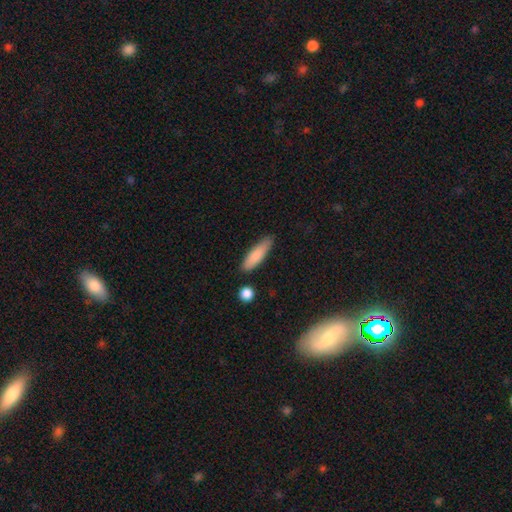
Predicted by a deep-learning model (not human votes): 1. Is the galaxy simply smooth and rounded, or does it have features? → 83% smooth, 12% featured or disk, 6% star or artifact.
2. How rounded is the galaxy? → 62% cigar-shaped, 36% in between, 2% round.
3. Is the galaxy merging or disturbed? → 80% none, 14% minor disturbance, 3% merger, 3% major disturbance.